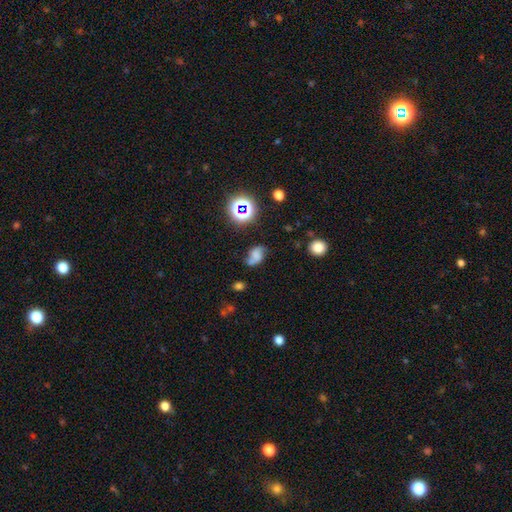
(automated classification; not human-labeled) Smooth or featured: smooth — 47% (featured or disk — 33%)
Merging: none — 49% (minor disturbance — 26%)